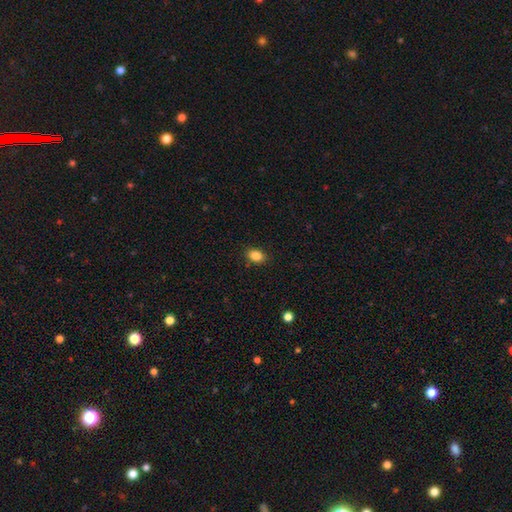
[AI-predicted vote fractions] A smooth galaxy with no disk features (86%) that is in between round and cigar-shaped (77%).

Vote fractions:
- Smooth or featured? smooth: 86% / star or artifact: 9% / featured or disk: 5%
- How rounded? in between: 77% / round: 21% / cigar-shaped: 1%
- Merging? none: 87% / minor disturbance: 9% / major disturbance: 2% / merger: 1%